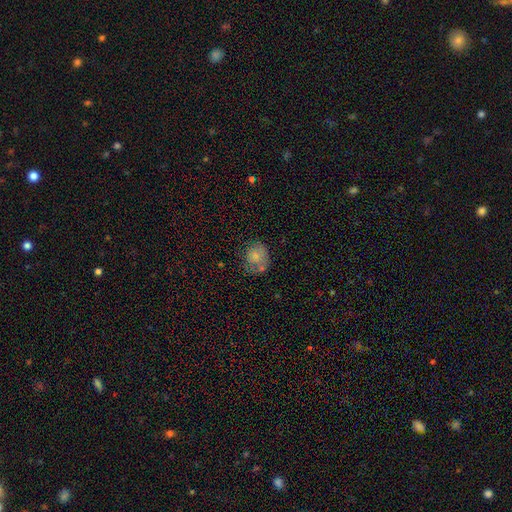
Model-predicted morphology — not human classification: smooth 69%, featured or disk 21%, star or artifact 10%. Down the decision tree: how rounded — round (69%); merging — none (48%).